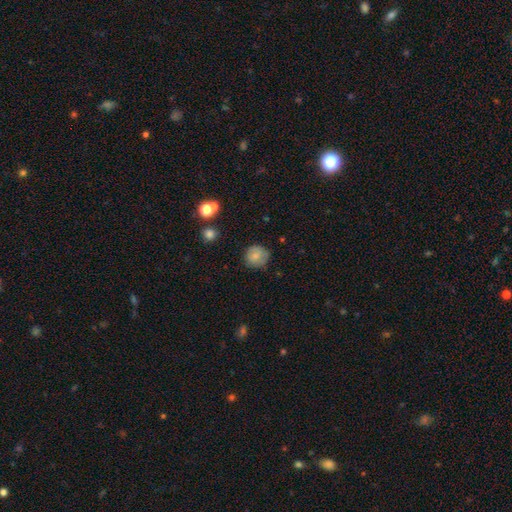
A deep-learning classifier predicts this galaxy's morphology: Smooth or featured? smooth (77%)
How rounded? round (89%)
Merging? none (78%)